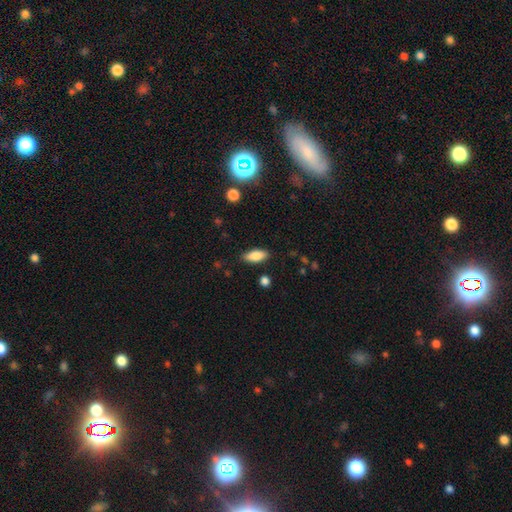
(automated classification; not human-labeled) smooth_or_featured: smooth (p=0.84) [alt: featured or disk p=0.09]
how_rounded: in between (p=0.83) [alt: cigar-shaped p=0.15]
merging: none (p=0.86) [alt: minor disturbance p=0.10]